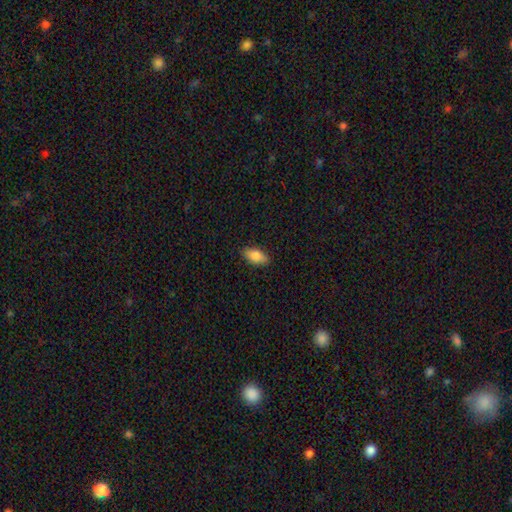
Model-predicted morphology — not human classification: Smooth or featured?
  - smooth: 83% *
  - featured or disk: 10%
  - star or artifact: 7%
How rounded?
  - in between: 89% *
  - cigar-shaped: 7%
  - round: 4%
Merging?
  - none: 87% *
  - minor disturbance: 10%
  - major disturbance: 2%
  - merger: 1%